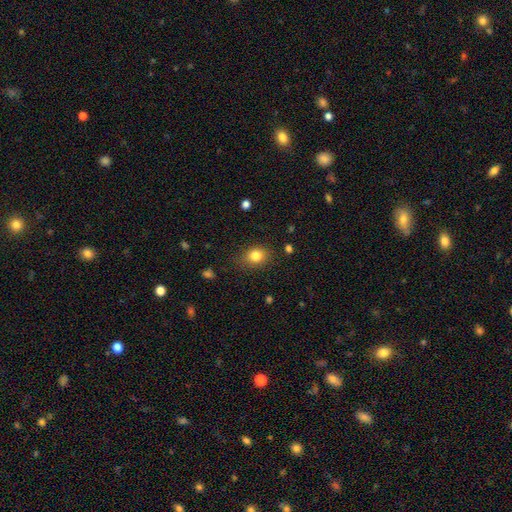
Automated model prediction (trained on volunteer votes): A smooth galaxy with no disk features (82%) that is round (53%). Merging: none (80%).